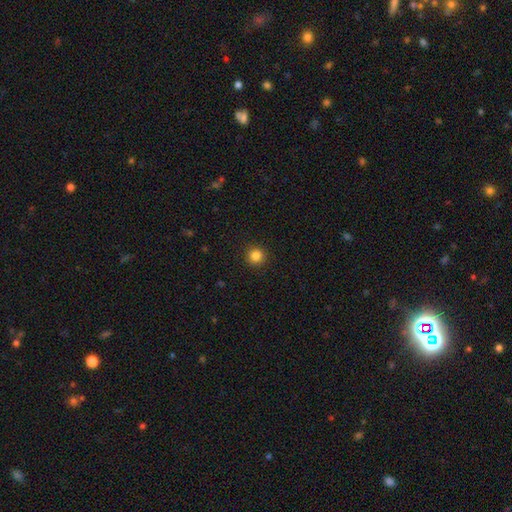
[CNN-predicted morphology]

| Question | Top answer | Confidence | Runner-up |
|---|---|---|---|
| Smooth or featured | smooth | 84% | star or artifact (12%) |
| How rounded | round | 94% | in between (5%) |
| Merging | none | 92% | minor disturbance (5%) |